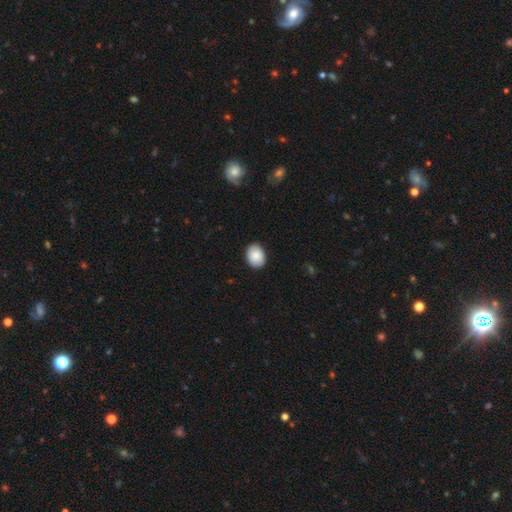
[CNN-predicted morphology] Smooth or featured? Predicted: smooth (p=0.89). How rounded? Predicted: in between (p=0.68). Merging? Predicted: none (p=0.88).